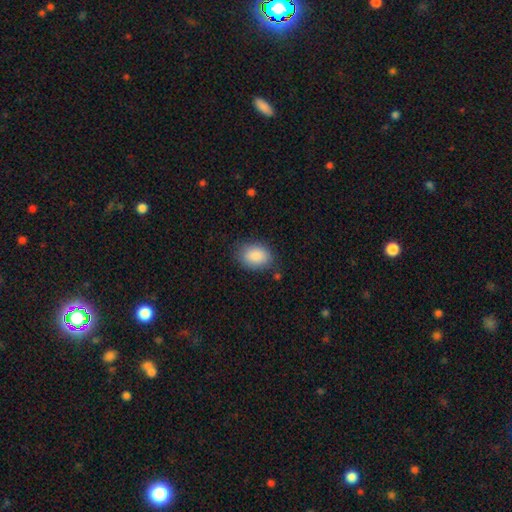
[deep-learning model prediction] The model was most divided on "how rounded": in between: 74%, round: 25%, cigar-shaped: 1%. More confident: smooth or featured — smooth (89%); merging — none (80%).